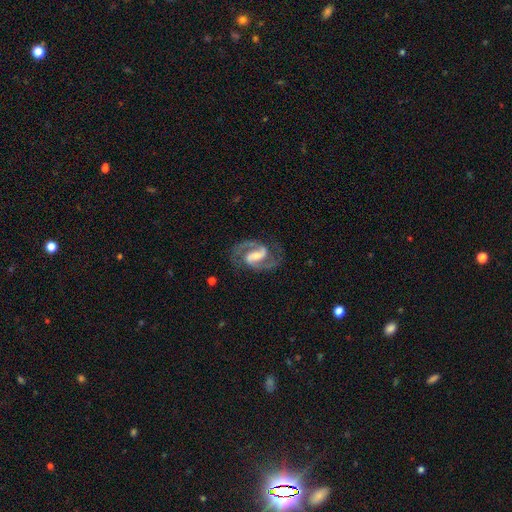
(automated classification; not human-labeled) A featured or disk galaxy (92%) with a weak bar (44%), 2 (94%) medium (64%) spiral arms (98%) and a small central bulge (42%).

Vote fractions:
- Smooth or featured? featured or disk: 92% / star or artifact: 4% / smooth: 4%
- Edge-on disk? no: 98% / yes: 2%
- Bar? weak: 44% / strong: 38% / no: 17%
- Spiral arms? yes: 98% / no: 2%
- Spiral winding? medium: 64% / tight: 21% / loose: 15%
- Spiral arm count? 2: 94% / can't tell: 2% / 3: 1% / 1: 1% / 4: 1% / more than 4: 1%
- Bulge size? small: 42% / moderate: 39% / none: 10% / large: 8% / dominant: 1%
- Merging? none: 78% / minor disturbance: 14% / major disturbance: 7% / merger: 1%